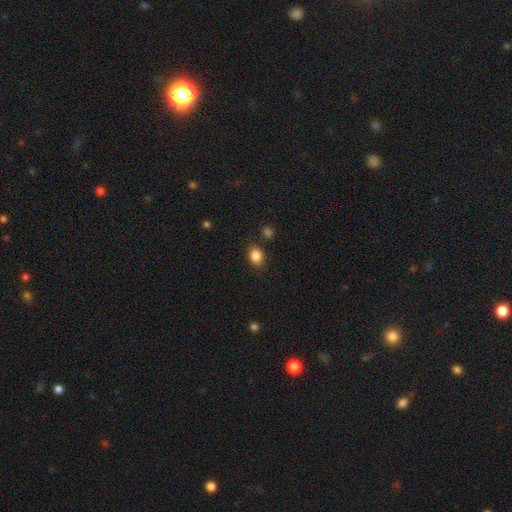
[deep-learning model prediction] This appears to be a smooth galaxy with no disk features (84%) that is in between round and cigar-shaped (58%). Merging: none (81%).